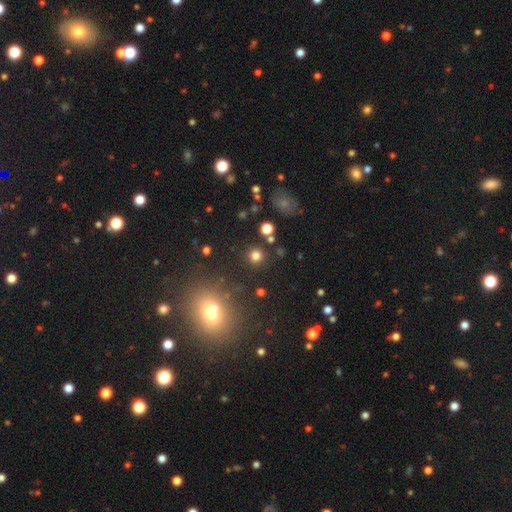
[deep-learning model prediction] smooth_or_featured: smooth (p=0.77) [alt: star or artifact p=0.17]
how_rounded: round (p=0.93) [alt: in between p=0.06]
merging: none (p=0.88) [alt: minor disturbance p=0.06]